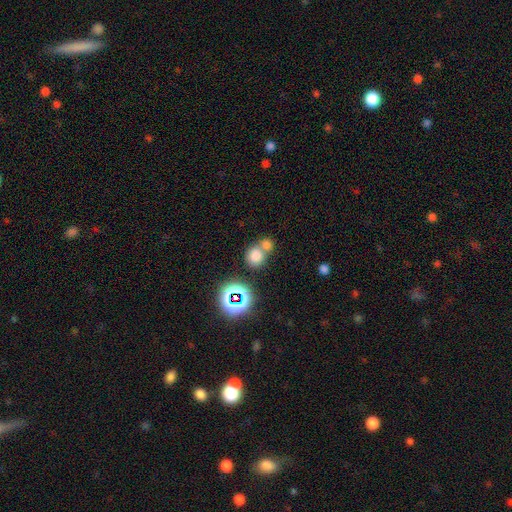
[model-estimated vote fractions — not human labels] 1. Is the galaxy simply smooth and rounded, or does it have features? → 74% smooth, 18% star or artifact, 9% featured or disk.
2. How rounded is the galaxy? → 79% round, 20% in between, 1% cigar-shaped.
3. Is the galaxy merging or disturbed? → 47% none, 42% merger, 8% minor disturbance, 4% major disturbance.